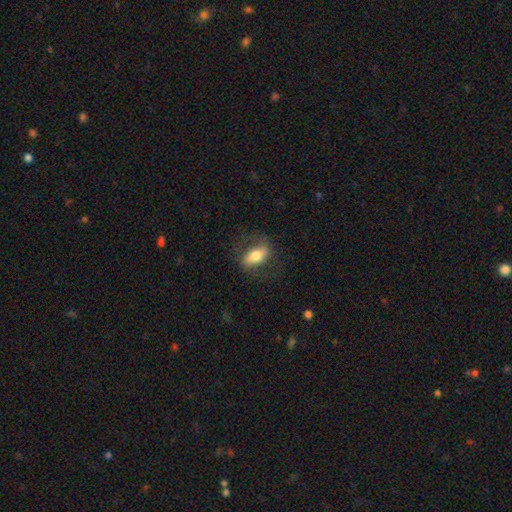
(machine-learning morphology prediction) smooth_or_featured: smooth (p=0.62) [alt: featured or disk p=0.31]
how_rounded: in between (p=0.80) [alt: cigar-shaped p=0.13]
merging: none (p=0.75) [alt: minor disturbance p=0.16]